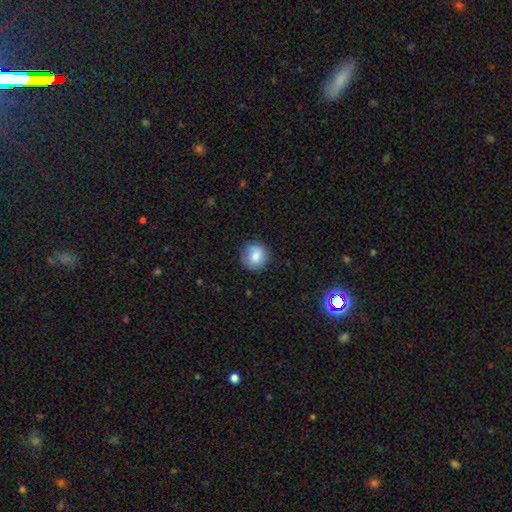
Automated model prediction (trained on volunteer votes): Smooth or featured: smooth — 81% (featured or disk — 11%)
How rounded: round — 90% (in between — 9%)
Merging: none — 83% (minor disturbance — 12%)